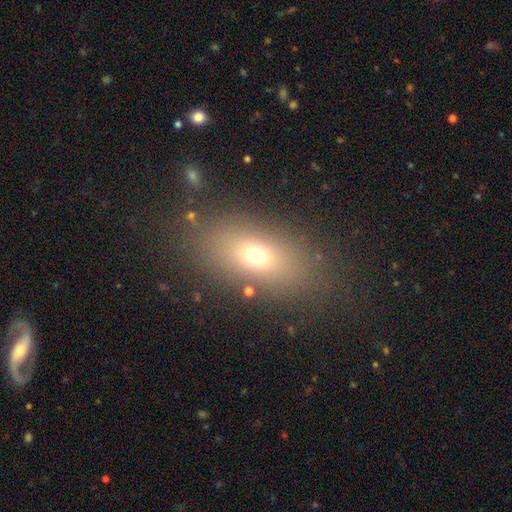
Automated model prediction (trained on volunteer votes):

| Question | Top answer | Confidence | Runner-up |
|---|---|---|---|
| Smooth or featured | smooth | 67% | star or artifact (17%) |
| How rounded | in between | 78% | round (15%) |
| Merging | none | 80% | minor disturbance (10%) |